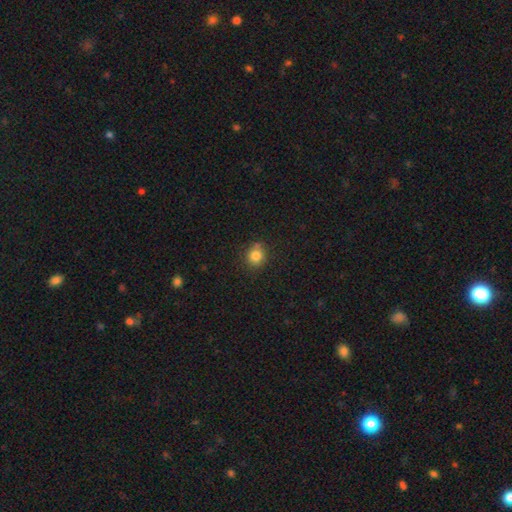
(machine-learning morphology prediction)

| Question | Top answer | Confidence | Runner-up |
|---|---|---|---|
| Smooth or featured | smooth | 82% | star or artifact (11%) |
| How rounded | round | 80% | in between (19%) |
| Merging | none | 75% | minor disturbance (17%) |